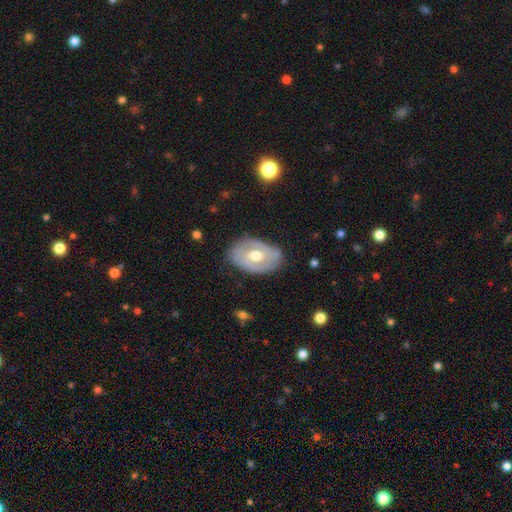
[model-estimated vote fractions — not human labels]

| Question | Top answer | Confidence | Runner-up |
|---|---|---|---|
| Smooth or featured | featured or disk | 68% | smooth (27%) |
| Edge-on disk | no | 94% | yes (6%) |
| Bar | no | 57% | weak (34%) |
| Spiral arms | yes | 60% | no (40%) |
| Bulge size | moderate | 78% | small (12%) |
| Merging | none | 73% | minor disturbance (20%) |